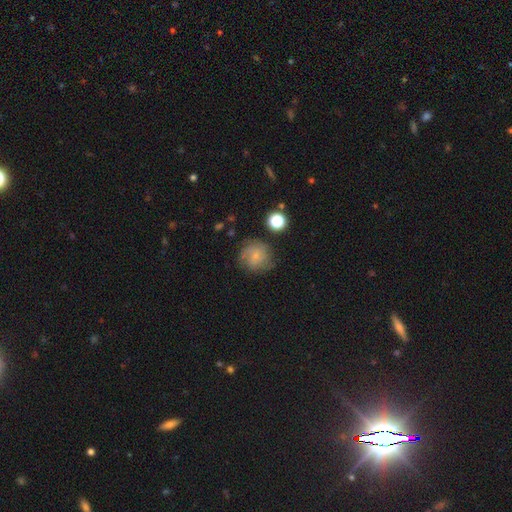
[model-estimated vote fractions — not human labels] The model was most divided on "smooth or featured": smooth: 45%, featured or disk: 44%, star or artifact: 11%. More confident: merging — none (67%).